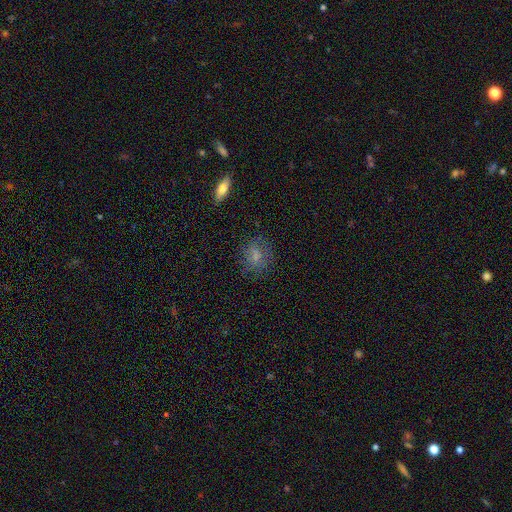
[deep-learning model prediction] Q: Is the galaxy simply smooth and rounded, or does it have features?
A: smooth — 72%.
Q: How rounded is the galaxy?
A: round — 64%.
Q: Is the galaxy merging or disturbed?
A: none — 74%.